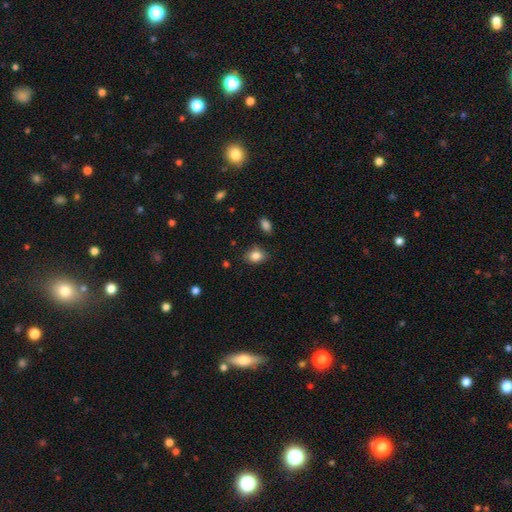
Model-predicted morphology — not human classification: Overall: smooth (84%). How rounded: in between (69%; round 30%). Merging: none (80%).